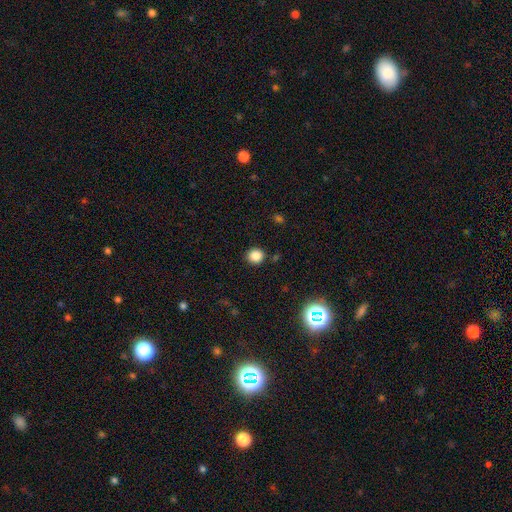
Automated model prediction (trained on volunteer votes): This is clearly a smooth galaxy (84%). How rounded: clearly round (85%). Merging: clearly none (88%).